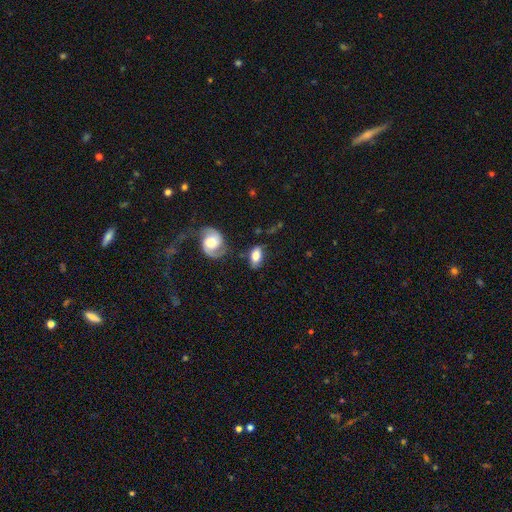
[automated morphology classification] smooth-or-featured: smooth: 67% | featured or disk: 25% | star or artifact: 8%
  how-rounded: in between: 89% | round: 8% | cigar-shaped: 3%
  merging: none: 67% | minor disturbance: 19% | major disturbance: 8% | merger: 6%